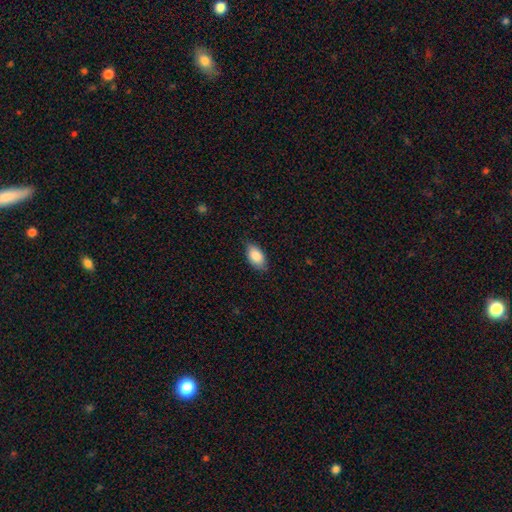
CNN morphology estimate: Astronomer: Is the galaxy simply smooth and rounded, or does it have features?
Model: smooth — 87%.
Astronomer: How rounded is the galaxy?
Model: in between — 93%.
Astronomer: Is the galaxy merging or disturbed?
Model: none — 80%.